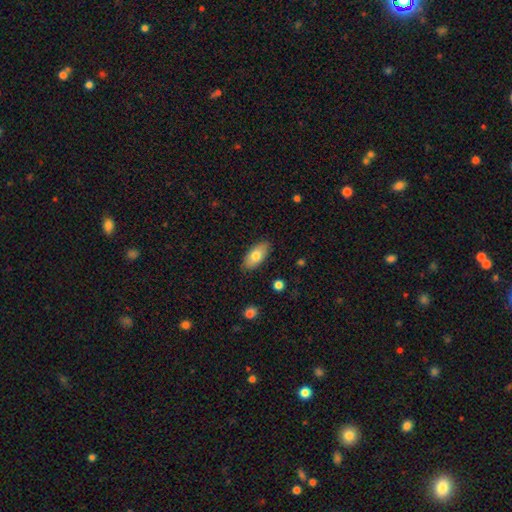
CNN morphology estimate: Smooth or featured? smooth (75%)
How rounded? in between (89%)
Merging? none (87%)